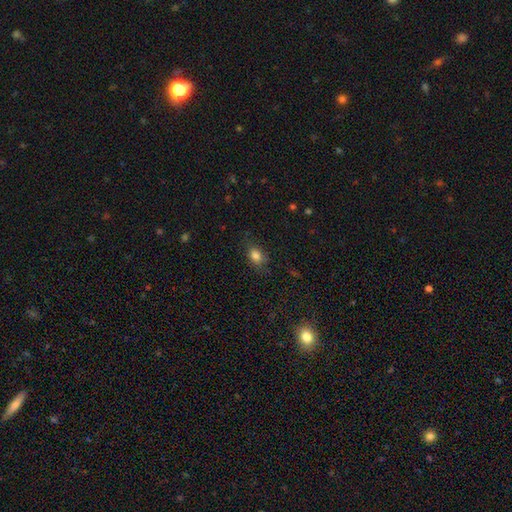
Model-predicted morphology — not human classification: This appears to be a smooth galaxy with no disk features (80%) that is in between round and cigar-shaped (70%). Merging: none (76%).